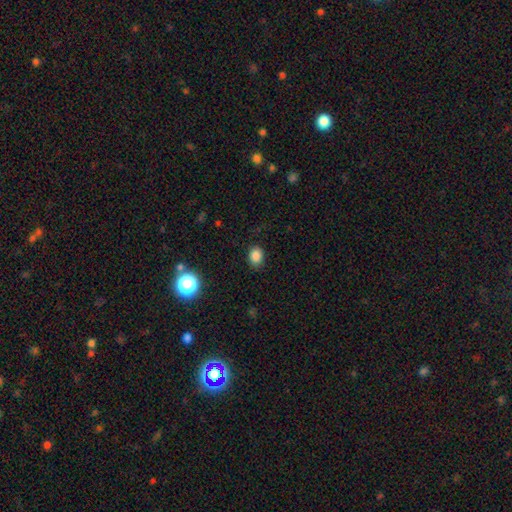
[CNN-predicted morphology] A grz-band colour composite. It shows a smooth galaxy with no disk features (83%) that is in between round and cigar-shaped (54%). Merging: none (84%).